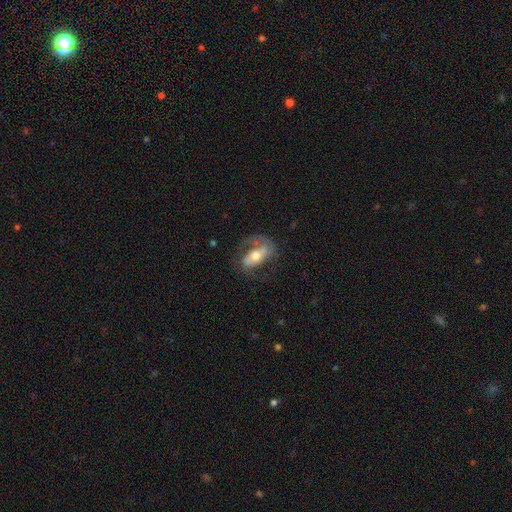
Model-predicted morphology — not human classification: smooth-or-featured: featured or disk: 67% | smooth: 26% | star or artifact: 6%
  disk-edge-on: no: 91% | yes: 9%
    bar: strong: 41% | no: 31% | weak: 28%
    has-spiral-arms: yes: 79% | no: 21%
    bulge-size: moderate: 67% | small: 21% | large: 10% | dominant: 1% | none: 1%
  merging: none: 56% | major disturbance: 21% | minor disturbance: 21% | merger: 2%